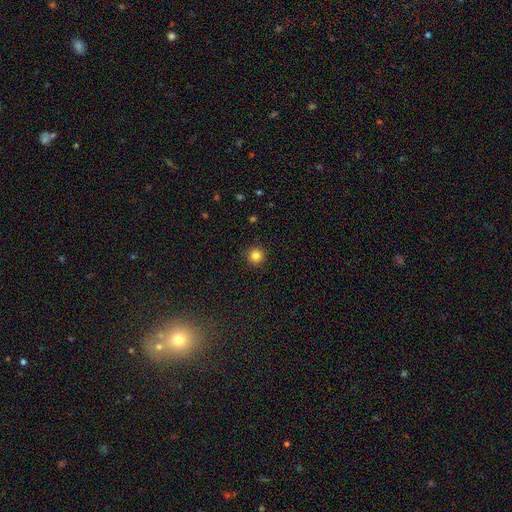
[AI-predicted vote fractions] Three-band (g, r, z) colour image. It shows a smooth galaxy with no disk features (84%) that is round (96%). Merging: none (92%).